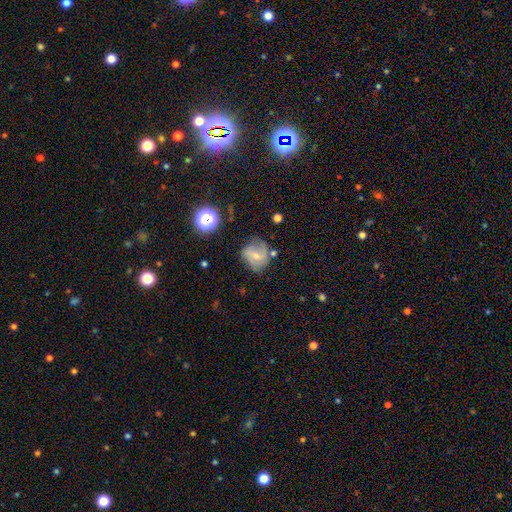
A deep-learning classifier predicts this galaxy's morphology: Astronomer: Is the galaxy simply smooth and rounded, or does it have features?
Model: featured or disk — 52% (runner-up: smooth, 36%).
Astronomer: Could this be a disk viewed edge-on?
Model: no — 96%.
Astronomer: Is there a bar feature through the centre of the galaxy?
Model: weak — 50% (runner-up: no, 32%).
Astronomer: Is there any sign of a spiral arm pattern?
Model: yes — 78%.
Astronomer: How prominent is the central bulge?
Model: small — 55% (runner-up: moderate, 38%).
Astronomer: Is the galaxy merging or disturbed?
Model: none — 56%.